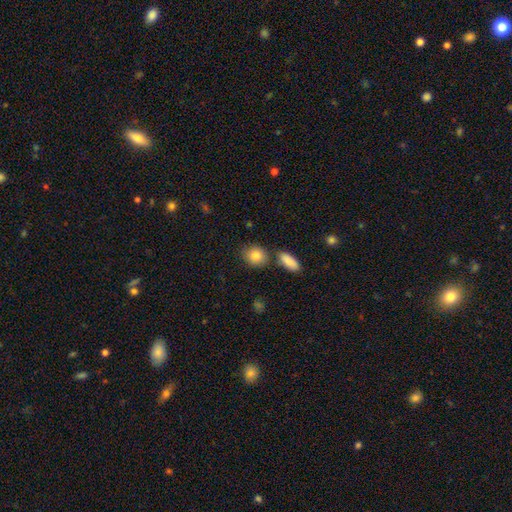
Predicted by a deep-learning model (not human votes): This is clearly a smooth galaxy (84%). How rounded: likely round (67%). Merging: likely none (72%).